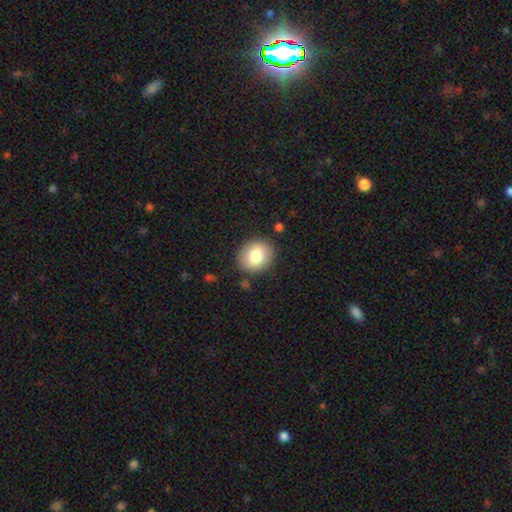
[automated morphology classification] Smooth or featured: smooth — 78% (featured or disk — 14%)
How rounded: round — 67% (in between — 32%)
Merging: none — 86% (minor disturbance — 9%)